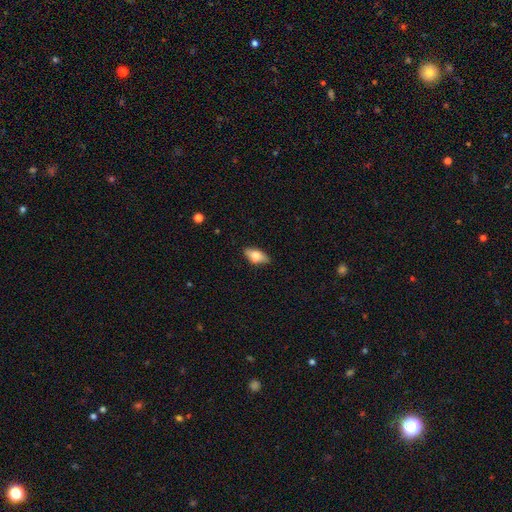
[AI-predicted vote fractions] A smooth galaxy with no disk features (72%) that is in between round and cigar-shaped (87%). Merging: none (79%).